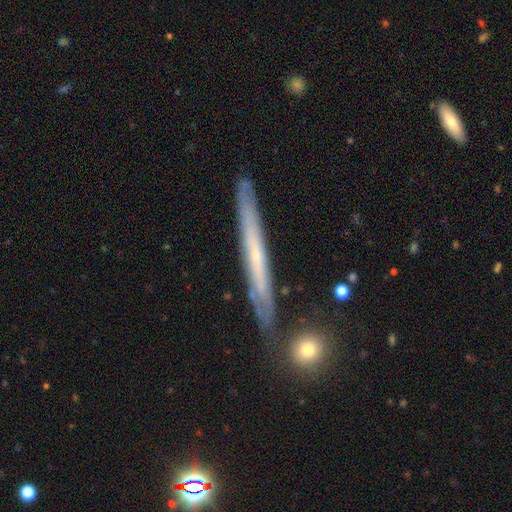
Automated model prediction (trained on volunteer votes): This appears to be a featured or disk galaxy (65%) viewed edge-on (89%) with no central bulge (78%). Merging: none (85%).